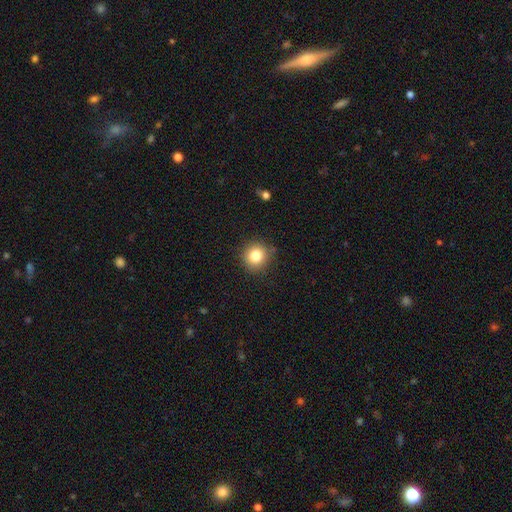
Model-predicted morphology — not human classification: A smooth galaxy with no disk features (81%) that is round (91%).

Vote fractions:
- Smooth or featured? smooth: 81% / star or artifact: 11% / featured or disk: 7%
- How rounded? round: 91% / in between: 8% / cigar-shaped: 1%
- Merging? none: 88% / minor disturbance: 8% / major disturbance: 2% / merger: 1%